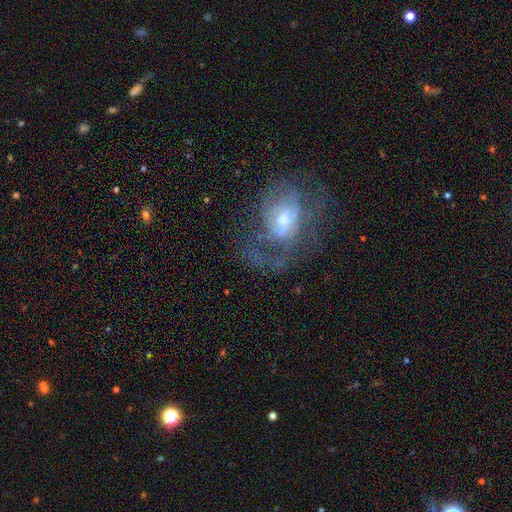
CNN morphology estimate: Smooth or featured: featured or disk — 68% (smooth — 21%)
Edge-on disk: no — 96% (yes — 4%)
Bar: no — 59% (weak — 33%)
Spiral arms: yes — 69% (no — 31%)
Bulge size: moderate — 49% (small — 41%)
Merging: none — 46% (major disturbance — 32%)